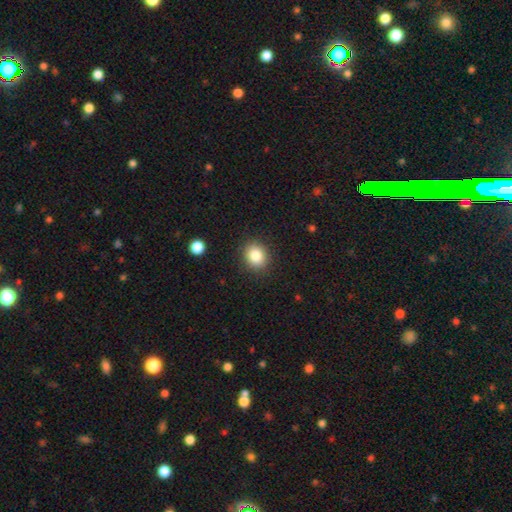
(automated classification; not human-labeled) Smooth or featured? smooth (84%)
How rounded? round (69%)
Merging? none (89%)